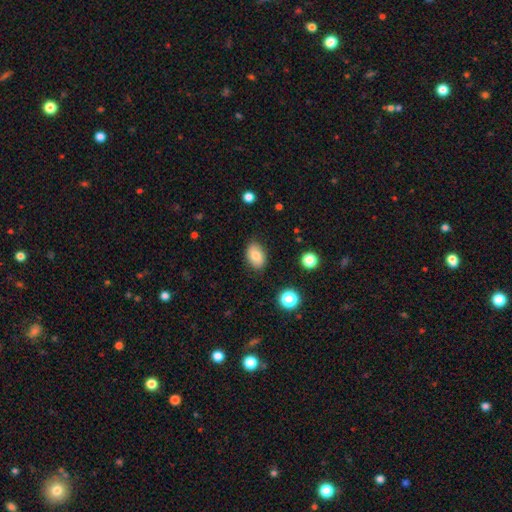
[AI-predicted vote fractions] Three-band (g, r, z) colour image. It shows a smooth galaxy with no disk features (81%) that is in between round and cigar-shaped (84%). Merging: none (84%).